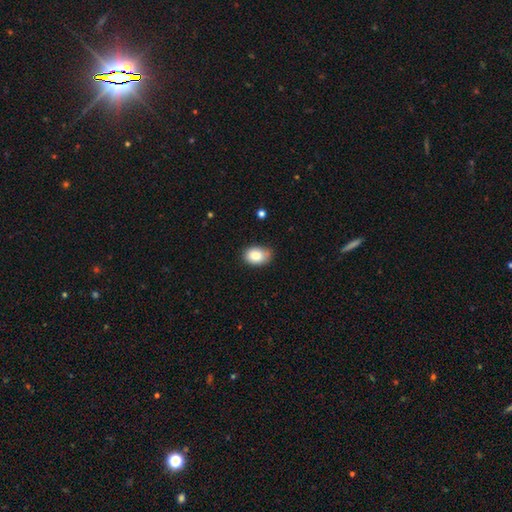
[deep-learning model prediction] smooth_or_featured: smooth (p=0.86) [alt: star or artifact p=0.08]
how_rounded: in between (p=0.79) [alt: round p=0.20]
merging: none (p=0.66) [alt: minor disturbance p=0.28]